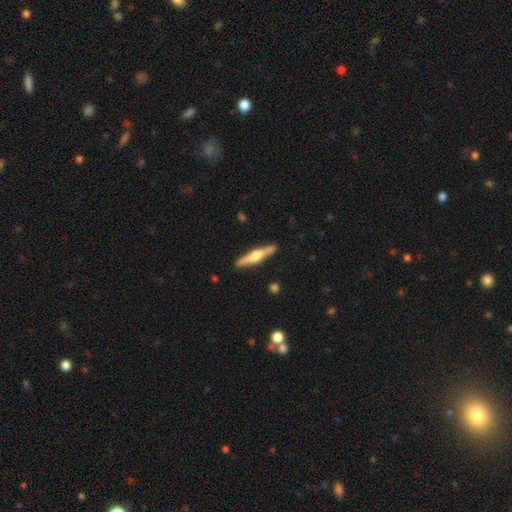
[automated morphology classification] This appears to be a featured or disk galaxy (61%) viewed edge-on (97%) with a rounded central bulge (82%). Merging: none (89%).